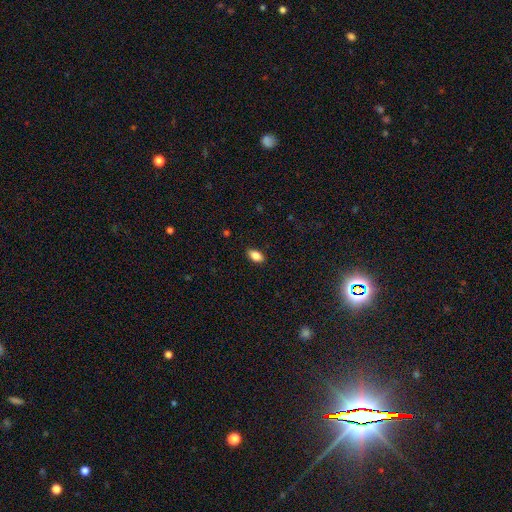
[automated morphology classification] smooth-or-featured: smooth: 85% | star or artifact: 8% | featured or disk: 7%
  how-rounded: in between: 91% | round: 6% | cigar-shaped: 3%
  merging: none: 88% | minor disturbance: 9% | major disturbance: 2% | merger: 1%